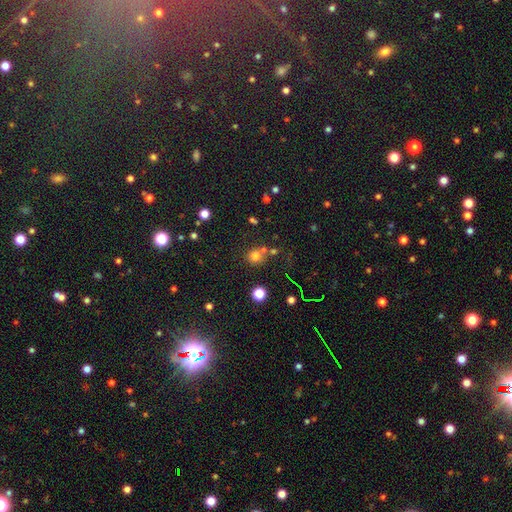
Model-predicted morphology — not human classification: Smooth or featured: smooth — 72% (star or artifact — 20%)
How rounded: round — 88% (in between — 11%)
Merging: none — 65% (merger — 21%)